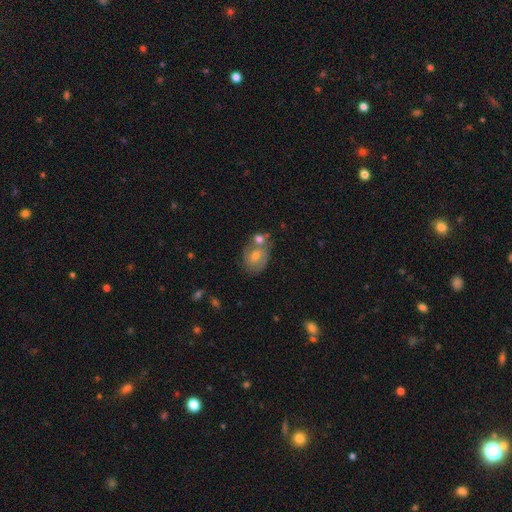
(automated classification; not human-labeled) Smooth or featured: featured or disk — 45% (smooth — 42%)
Merging: none — 53% (merger — 26%)